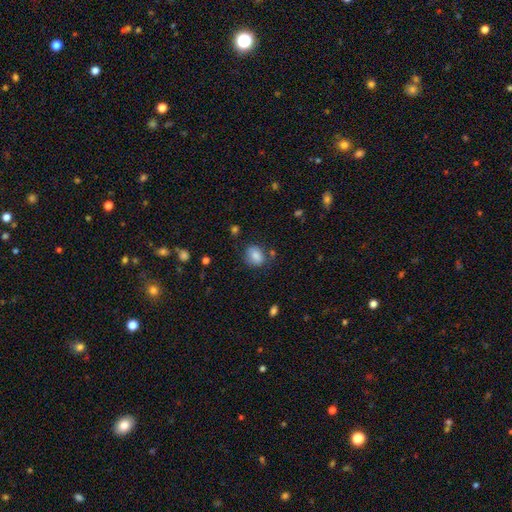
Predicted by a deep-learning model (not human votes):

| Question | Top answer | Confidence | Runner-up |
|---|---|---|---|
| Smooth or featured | smooth | 82% | star or artifact (9%) |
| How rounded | round | 50% | in between (49%) |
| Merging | none | 71% | minor disturbance (18%) |